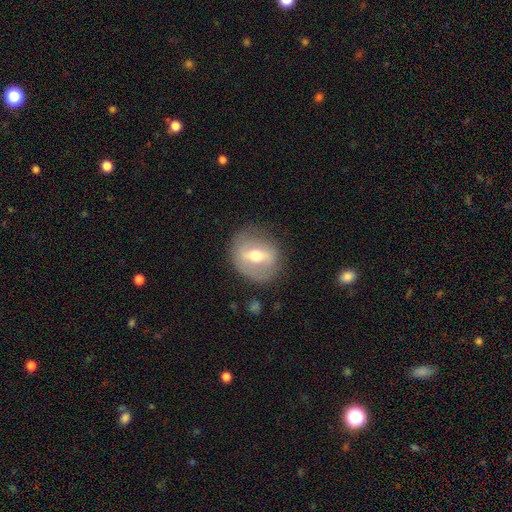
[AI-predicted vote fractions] Smooth or featured? featured or disk (57%)
Edge-on disk? no (88%)
Merging? none (77%)